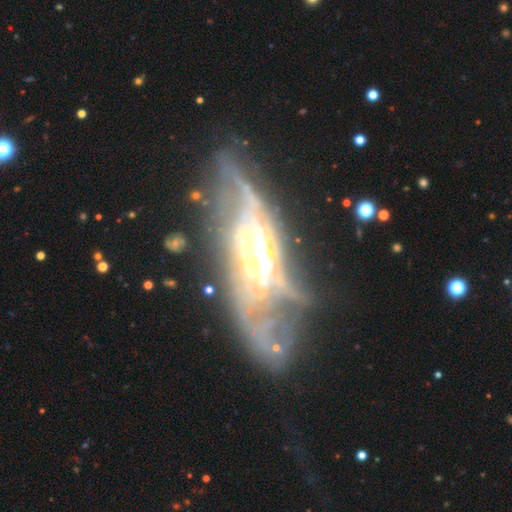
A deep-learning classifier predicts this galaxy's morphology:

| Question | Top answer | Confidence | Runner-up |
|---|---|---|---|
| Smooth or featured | featured or disk | 81% | smooth (10%) |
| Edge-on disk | no | 58% | yes (42%) |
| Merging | none | 45% | major disturbance (28%) |